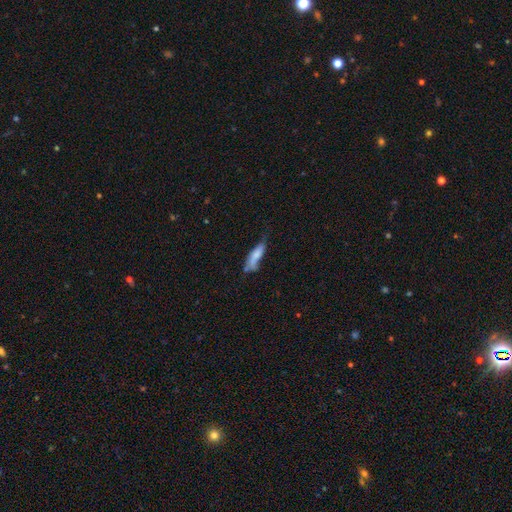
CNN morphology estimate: smooth_or_featured: smooth (p=0.71) [alt: featured or disk p=0.21]
how_rounded: cigar-shaped (p=0.57) [alt: in between p=0.41]
merging: none (p=0.38) [alt: minor disturbance p=0.34]